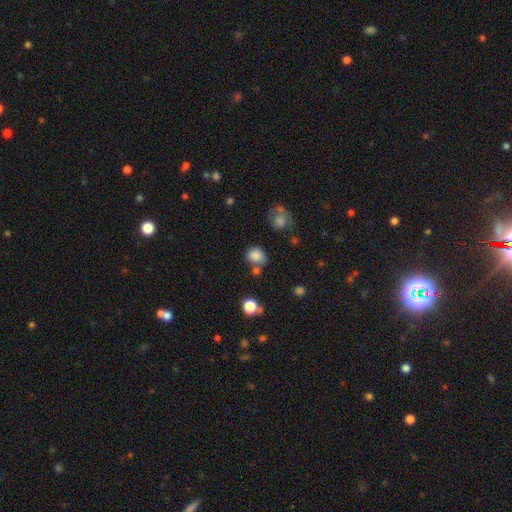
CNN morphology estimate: This is clearly a smooth galaxy (83%). How rounded: likely round (73%). Merging: likely none (64%).